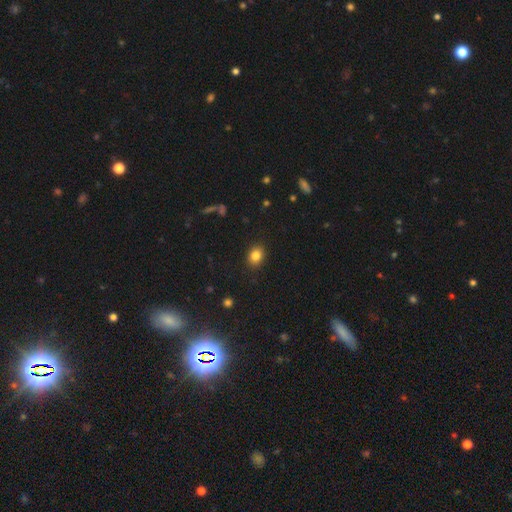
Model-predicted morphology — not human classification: This is clearly a smooth galaxy (83%). How rounded: possibly in between (51%). Merging: clearly none (88%).